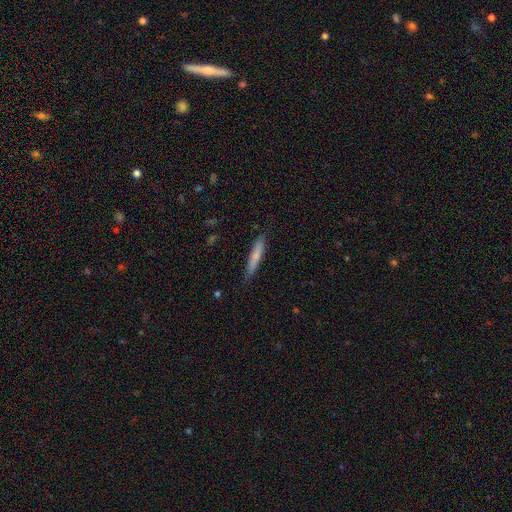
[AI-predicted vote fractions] smooth 70%, featured or disk 25%, star or artifact 6%. Down the decision tree: how rounded — cigar-shaped (93%); merging — none (84%).